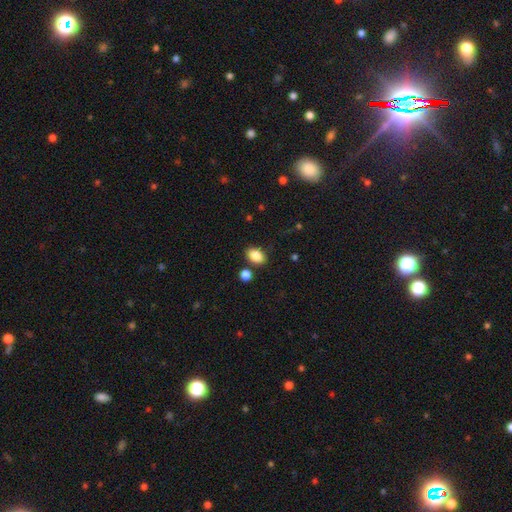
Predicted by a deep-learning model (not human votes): smooth_or_featured: smooth (p=0.87) [alt: star or artifact p=0.09]
how_rounded: in between (p=0.80) [alt: round p=0.19]
merging: none (p=0.81) [alt: minor disturbance p=0.11]